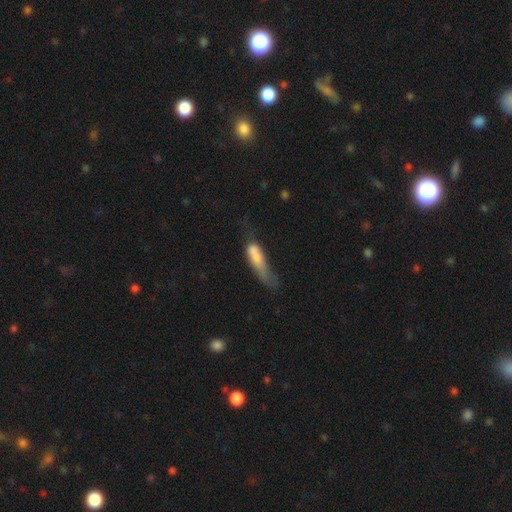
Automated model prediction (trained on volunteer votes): This is likely a smooth galaxy (69%). How rounded: possibly cigar-shaped (50%). Merging: possibly major disturbance (45%).